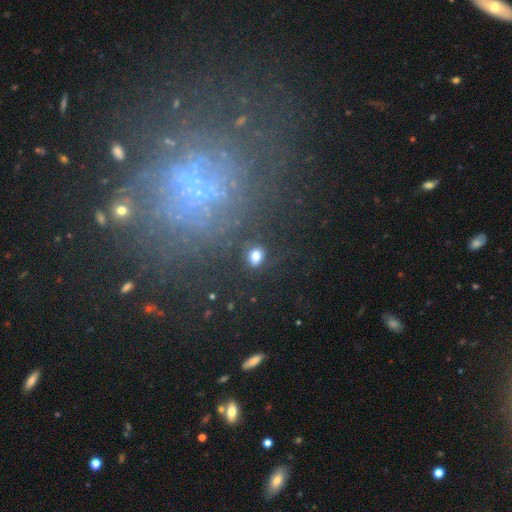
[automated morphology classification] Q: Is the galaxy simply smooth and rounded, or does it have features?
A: smooth — 76%.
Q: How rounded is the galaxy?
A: in between — 61%.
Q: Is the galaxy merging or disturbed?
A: none — 79%.